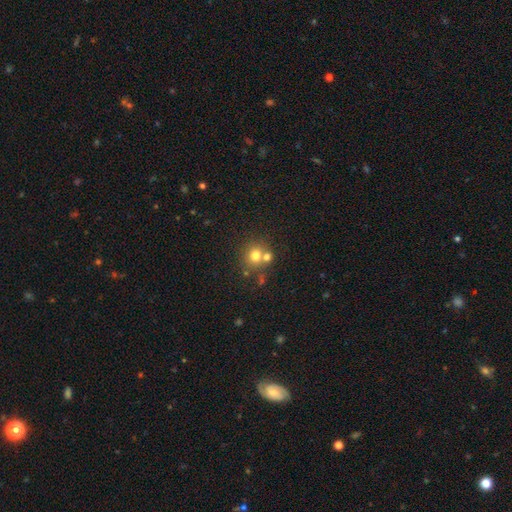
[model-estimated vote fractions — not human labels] smooth 72%, star or artifact 15%, featured or disk 13%. Down the decision tree: how rounded — round (85%); merging — none (58%).